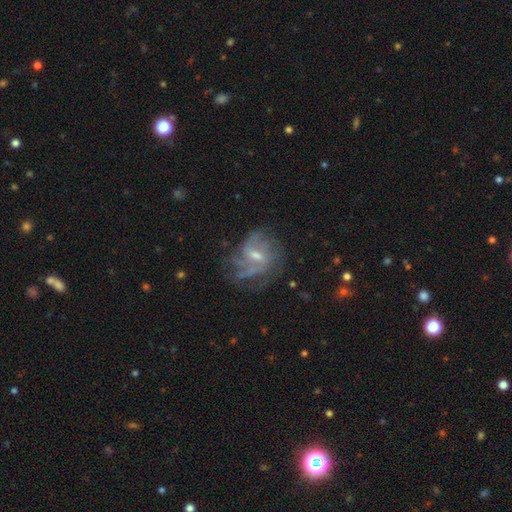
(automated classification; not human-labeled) featured or disk 72%, smooth 17%, star or artifact 11%. Down the decision tree: edge-on disk — no (97%); bar — weak (57%); spiral arms — yes (79%); spiral arm count — can't tell (39%); spiral winding — medium (40%); bulge size — moderate (45%); merging — none (51%).